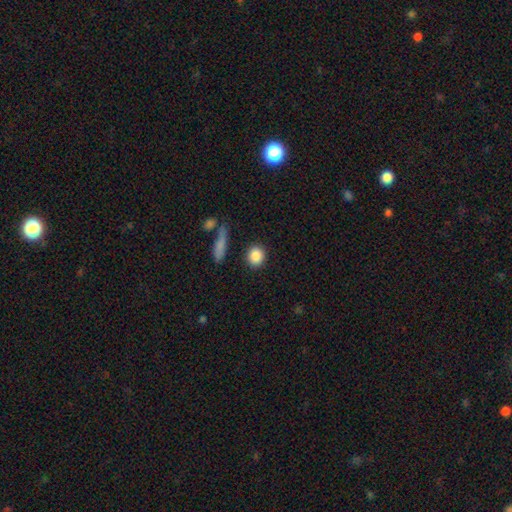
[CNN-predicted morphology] Q: Smooth or featured?
A: smooth (87%); runner-up: star or artifact (8%)
Q: How rounded?
A: round (77%); runner-up: in between (21%)
Q: Merging?
A: none (88%); runner-up: minor disturbance (7%)